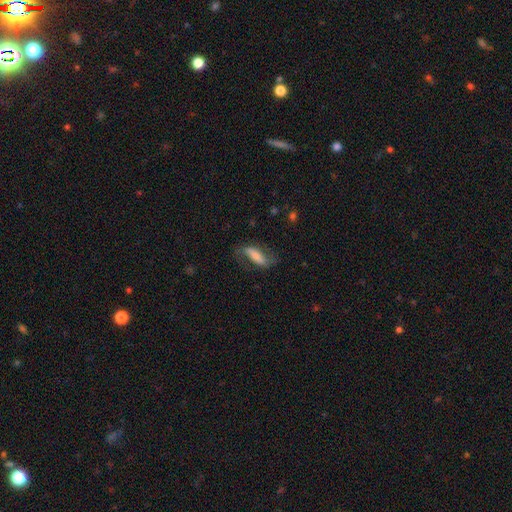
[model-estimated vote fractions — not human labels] This is possibly a featured or disk galaxy (52%). It is clearly not viewed edge-on (83%). Merging: likely none (64%).